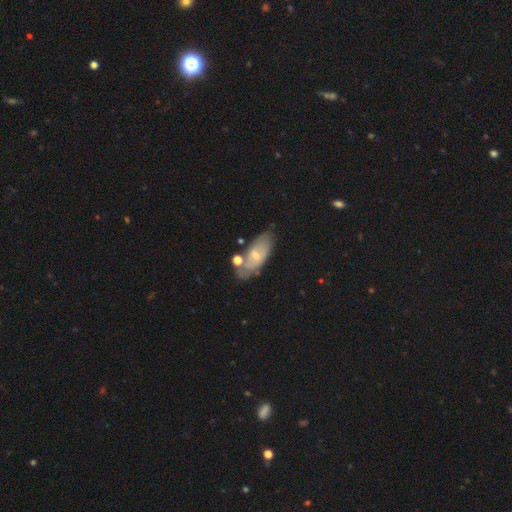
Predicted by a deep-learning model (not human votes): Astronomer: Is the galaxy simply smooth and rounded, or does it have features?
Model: featured or disk — 51% (runner-up: smooth, 42%).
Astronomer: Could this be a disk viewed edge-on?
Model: no — 87%.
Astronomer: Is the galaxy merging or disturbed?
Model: none — 58%.